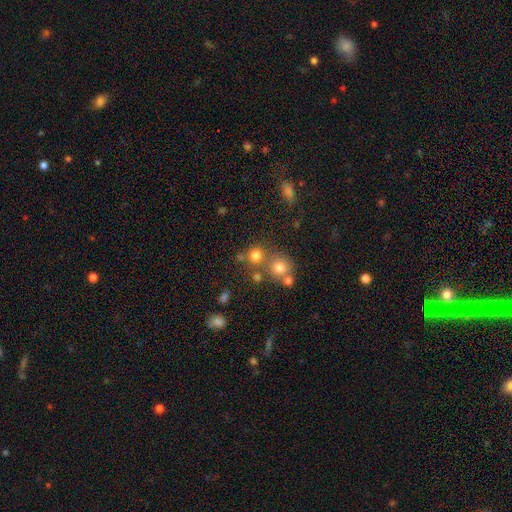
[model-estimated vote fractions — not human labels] This is likely a smooth galaxy (75%). How rounded: clearly round (87%). Merging: likely none (62%).